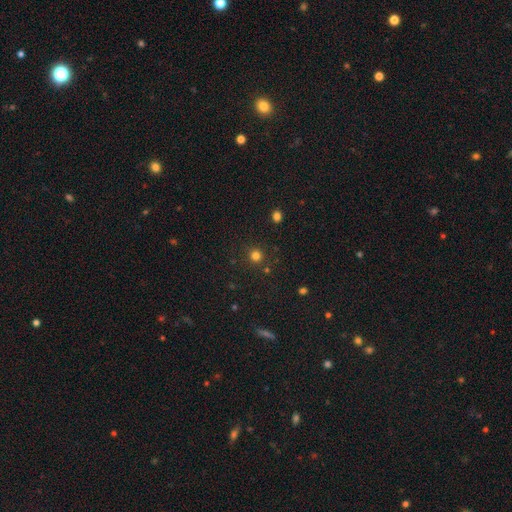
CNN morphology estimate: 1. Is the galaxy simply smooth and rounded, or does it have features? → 78% smooth, 18% star or artifact, 5% featured or disk.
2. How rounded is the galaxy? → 94% round, 5% in between, 1% cigar-shaped.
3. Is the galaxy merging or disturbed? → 87% none, 7% minor disturbance, 3% merger, 3% major disturbance.